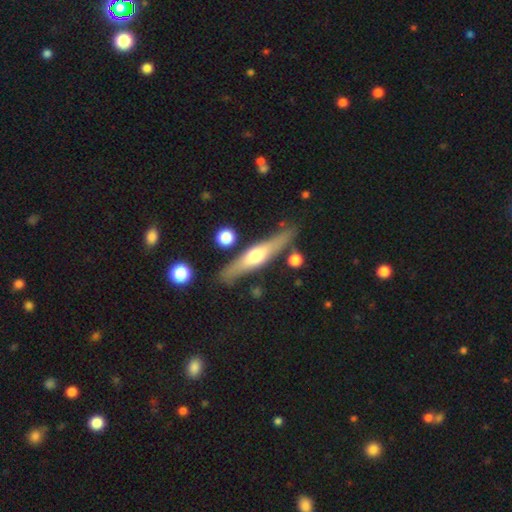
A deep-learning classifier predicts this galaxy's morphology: Q: Smooth or featured?
A: featured or disk (59%); runner-up: smooth (36%)
Q: Edge-on disk?
A: yes (91%); runner-up: no (9%)
Q: Edge-on bulge?
A: rounded (88%); runner-up: none (6%)
Q: Merging?
A: none (80%); runner-up: minor disturbance (12%)